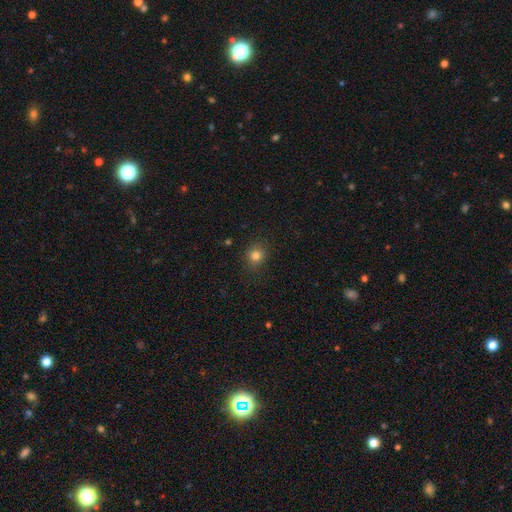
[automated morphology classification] This is clearly a smooth galaxy (81%). How rounded: clearly round (82%). Merging: clearly none (86%).